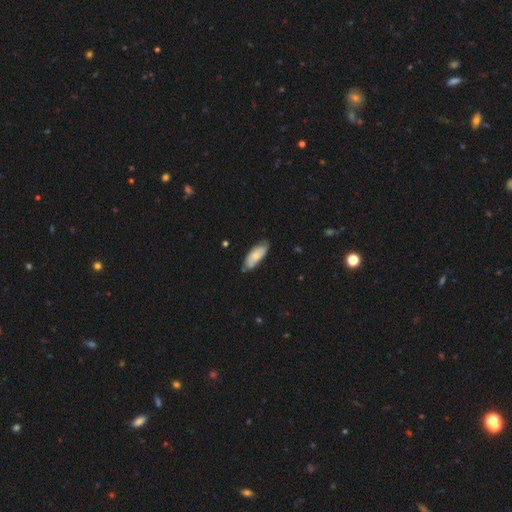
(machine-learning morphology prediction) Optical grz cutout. It shows a smooth galaxy with no disk features (68%) that is in between round and cigar-shaped (74%). Merging: none (72%).